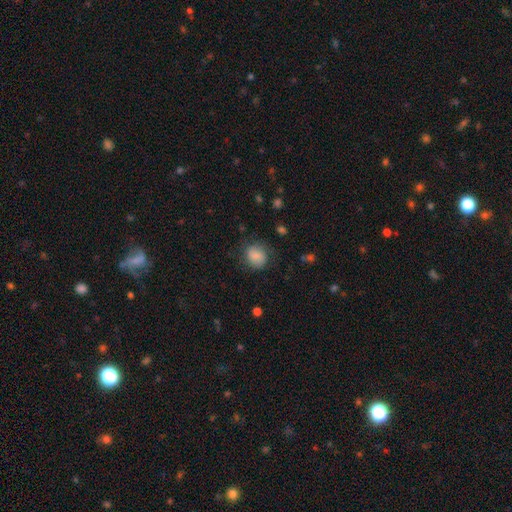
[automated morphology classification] This is clearly a smooth galaxy (82%). How rounded: likely round (69%). Merging: likely none (70%).